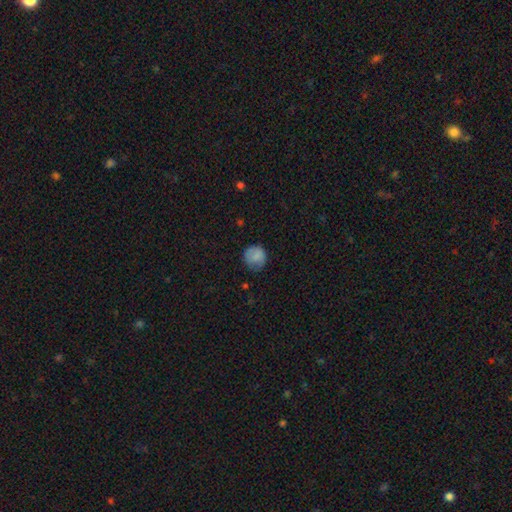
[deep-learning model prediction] Smooth or featured?
  - smooth: 80% *
  - featured or disk: 12%
  - star or artifact: 8%
How rounded?
  - round: 87% *
  - in between: 12%
  - cigar-shaped: 1%
Merging?
  - none: 66% *
  - minor disturbance: 25%
  - major disturbance: 8%
  - merger: 1%